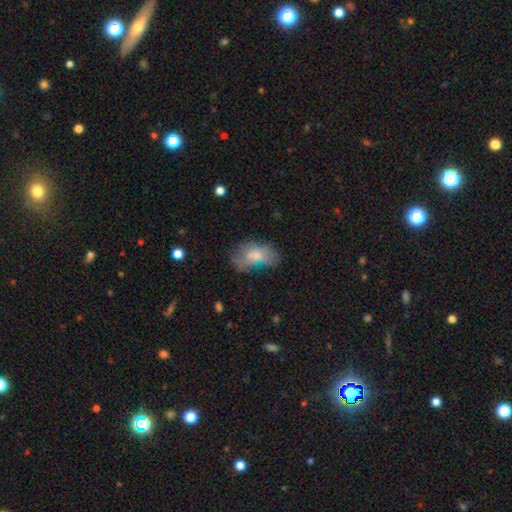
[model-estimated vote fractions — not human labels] A smooth galaxy with no disk features (65%) that is in between round and cigar-shaped (90%). Merging: none (43%).